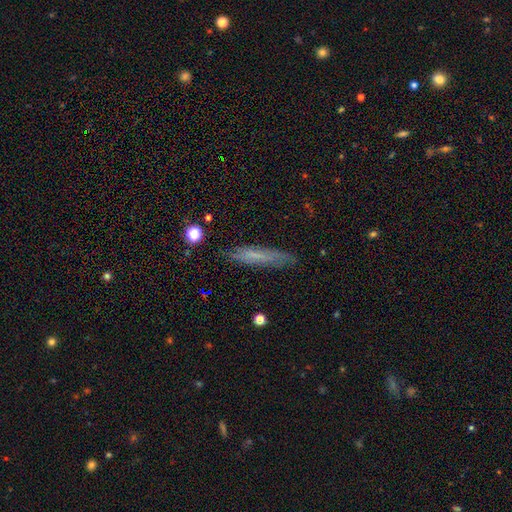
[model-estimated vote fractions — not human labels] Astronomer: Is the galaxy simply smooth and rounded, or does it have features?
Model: smooth — 56% (runner-up: featured or disk, 34%).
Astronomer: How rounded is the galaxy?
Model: cigar-shaped — 89%.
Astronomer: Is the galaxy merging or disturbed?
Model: none — 78%.